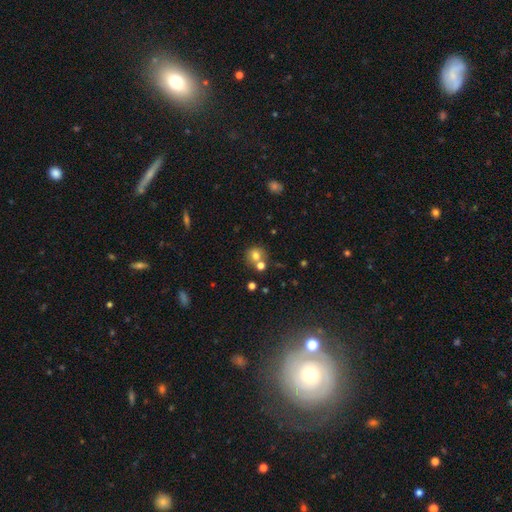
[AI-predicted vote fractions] Overall: smooth (72%). How rounded: round (84%). Merging: none (55%; merger 32%).